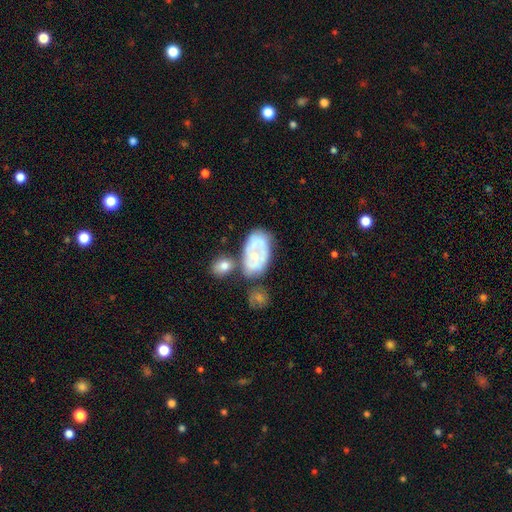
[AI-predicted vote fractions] A featured or disk galaxy (59%) with no bar (78%), no spiral arms (53%) and a small central bulge (53%). Merging: none (42%).